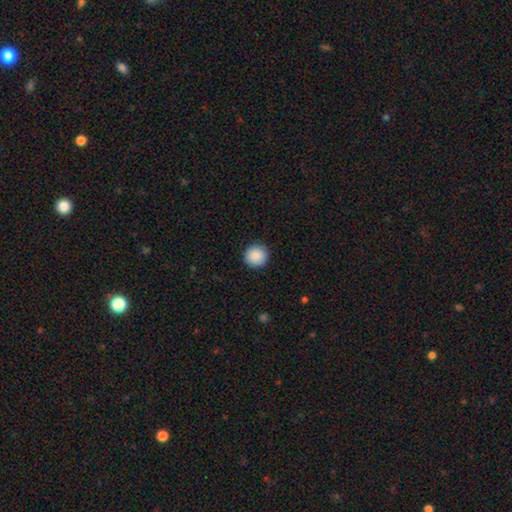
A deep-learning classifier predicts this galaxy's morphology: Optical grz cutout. It shows a smooth galaxy with no disk features (89%) that is round (94%). Merging: none (92%).